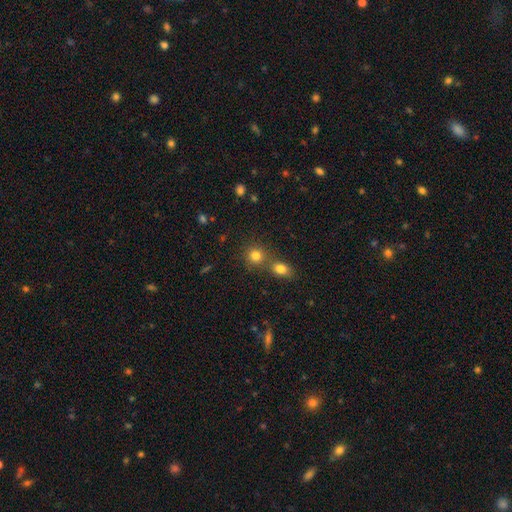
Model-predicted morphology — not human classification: A smooth galaxy with no disk features (80%) that is round (85%).

Vote fractions:
- Smooth or featured? smooth: 80% / star or artifact: 13% / featured or disk: 7%
- How rounded? round: 85% / in between: 14% / cigar-shaped: 1%
- Merging? none: 59% / merger: 31% / minor disturbance: 7% / major disturbance: 3%